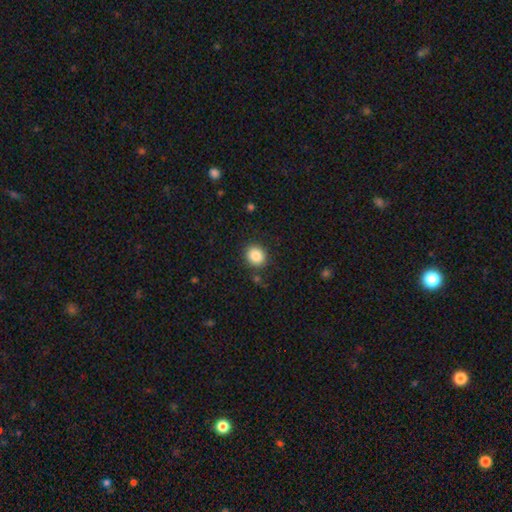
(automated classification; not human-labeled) Q: Smooth or featured?
A: smooth (86%); runner-up: star or artifact (9%)
Q: How rounded?
A: round (77%); runner-up: in between (22%)
Q: Merging?
A: none (88%); runner-up: minor disturbance (8%)